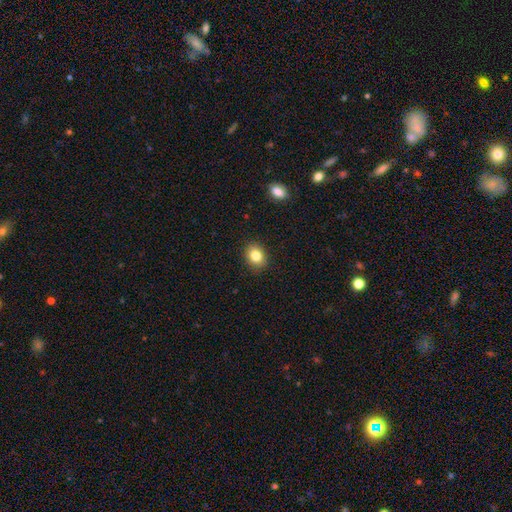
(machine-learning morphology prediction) Overall: smooth (82%). How rounded: in between (51%; round 49%). Merging: none (89%).